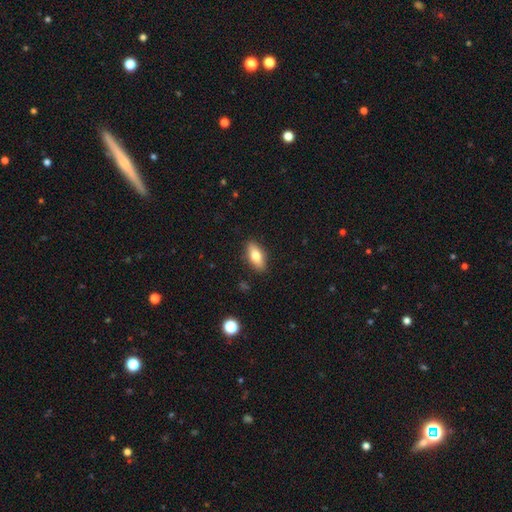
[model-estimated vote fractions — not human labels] Overall: smooth (74%). How rounded: in between (81%). Merging: none (87%).